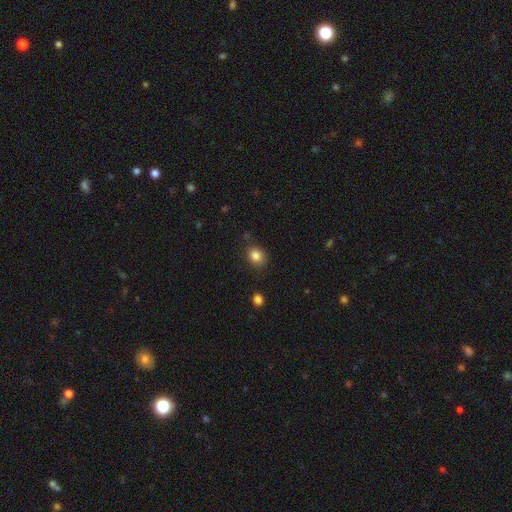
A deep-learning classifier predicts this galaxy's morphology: The model was most divided on "how rounded": round: 65%, in between: 34%, cigar-shaped: 1%. More confident: smooth or featured — smooth (85%); merging — none (81%).